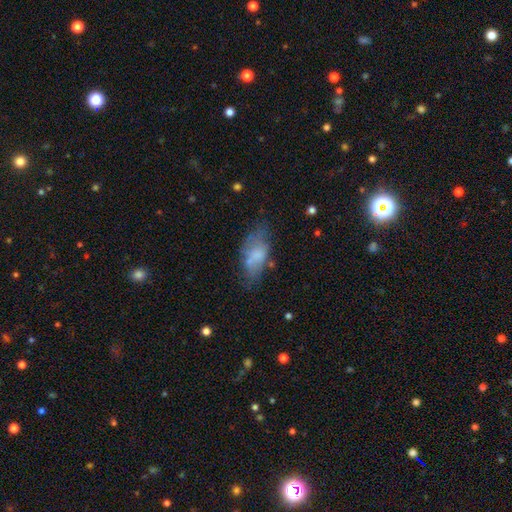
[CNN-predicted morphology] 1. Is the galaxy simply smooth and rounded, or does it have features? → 61% smooth, 30% featured or disk, 9% star or artifact.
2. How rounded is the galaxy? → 88% in between, 9% cigar-shaped, 3% round.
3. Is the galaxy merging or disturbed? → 48% none, 28% minor disturbance, 17% major disturbance, 8% merger.